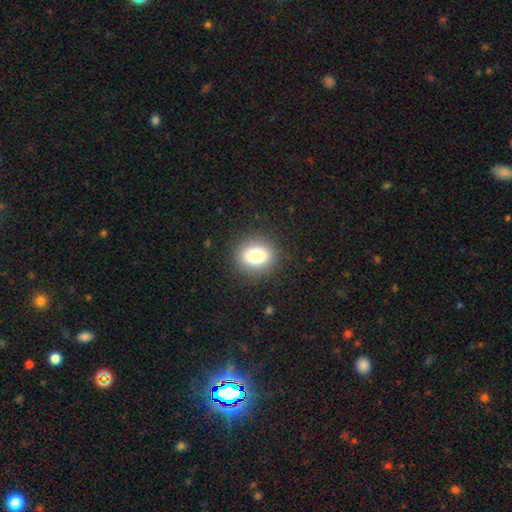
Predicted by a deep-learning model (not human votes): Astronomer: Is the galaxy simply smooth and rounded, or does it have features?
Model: smooth — 79%.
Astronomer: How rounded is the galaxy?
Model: round — 64%.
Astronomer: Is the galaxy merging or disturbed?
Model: none — 89%.